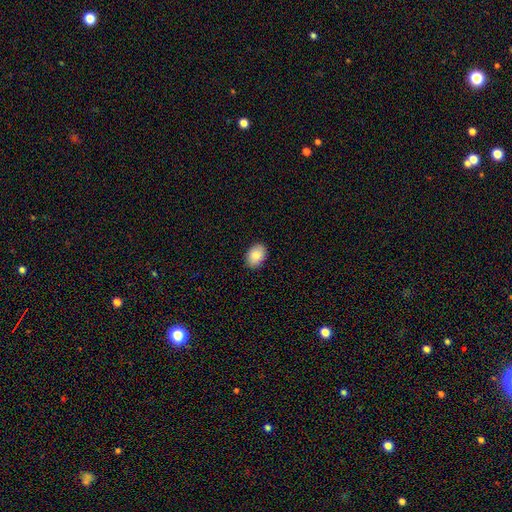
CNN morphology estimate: type=smooth (85%); roundness=in between (80%); merging=none (89%).